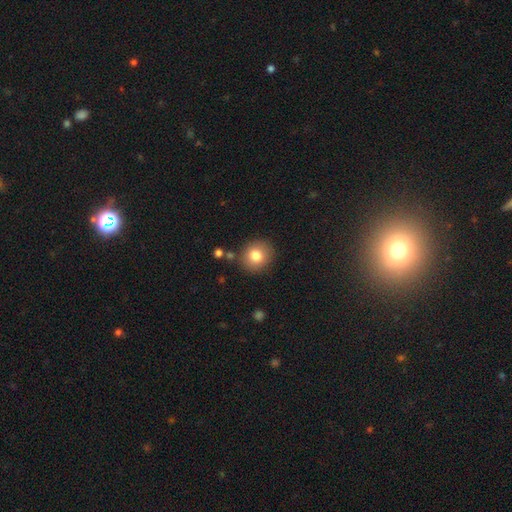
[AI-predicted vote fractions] Q: Smooth or featured?
A: smooth (80%); runner-up: star or artifact (10%)
Q: How rounded?
A: round (85%); runner-up: in between (14%)
Q: Merging?
A: none (85%); runner-up: minor disturbance (9%)